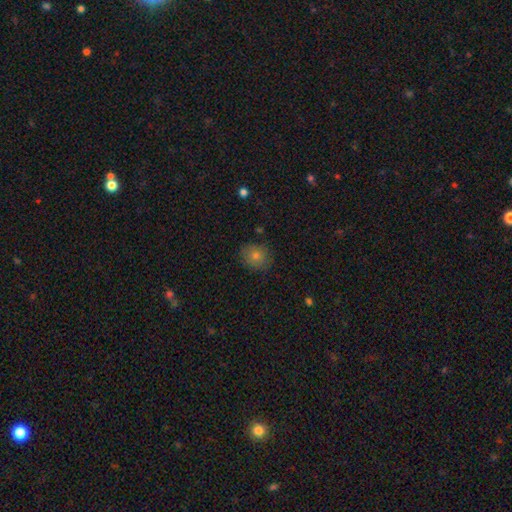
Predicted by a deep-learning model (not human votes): Morphology: type=smooth (76%); roundness=round (75%); merging=none (85%).